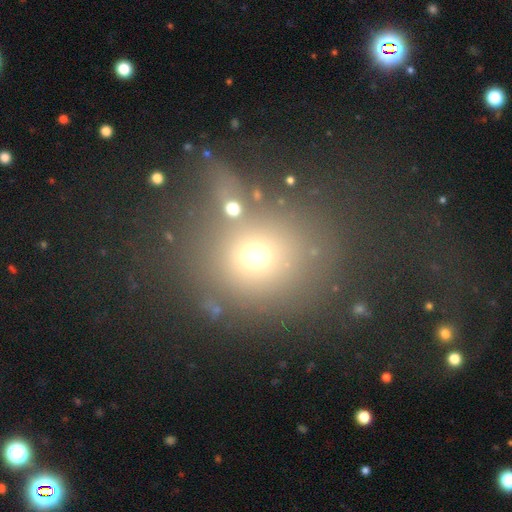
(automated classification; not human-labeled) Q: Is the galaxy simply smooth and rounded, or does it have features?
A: smooth — 63%.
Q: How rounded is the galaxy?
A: round — 80%.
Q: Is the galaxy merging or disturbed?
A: none — 63%.